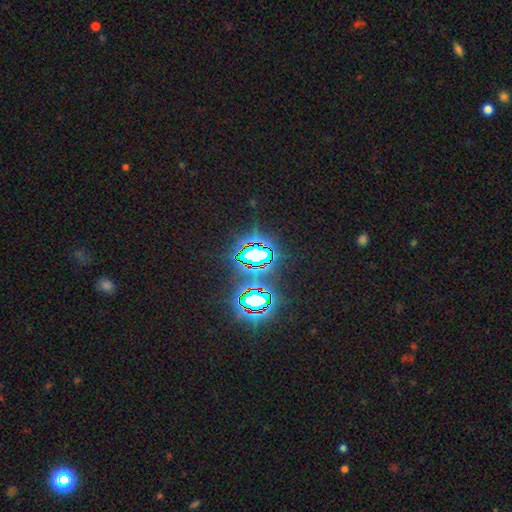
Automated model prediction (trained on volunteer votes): smooth_or_featured: star or artifact (p=0.77) [alt: smooth p=0.13]